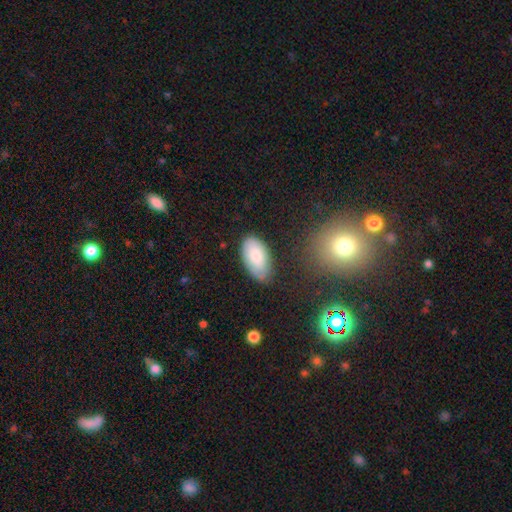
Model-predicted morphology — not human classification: smooth 80%, featured or disk 13%, star or artifact 7%. Down the decision tree: how rounded — in between (95%); merging — none (75%).